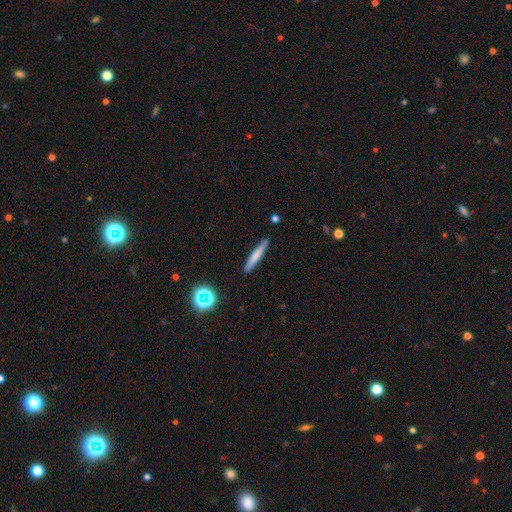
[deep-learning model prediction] Smooth or featured: smooth — 67% (featured or disk — 25%)
How rounded: cigar-shaped — 95% (in between — 4%)
Merging: none — 89% (minor disturbance — 8%)